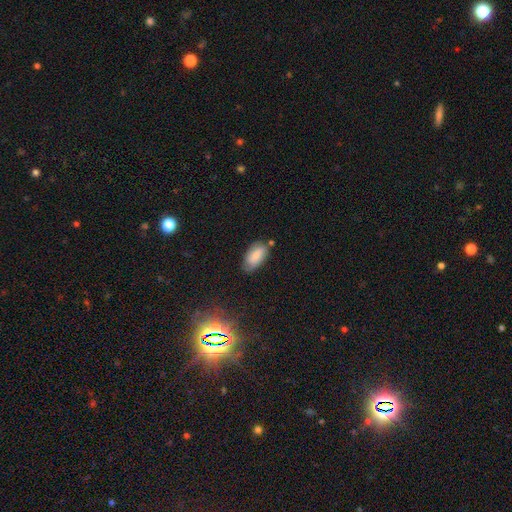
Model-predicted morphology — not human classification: Smooth or featured: smooth — 76% (featured or disk — 15%)
How rounded: in between — 93% (cigar-shaped — 5%)
Merging: none — 66% (minor disturbance — 25%)